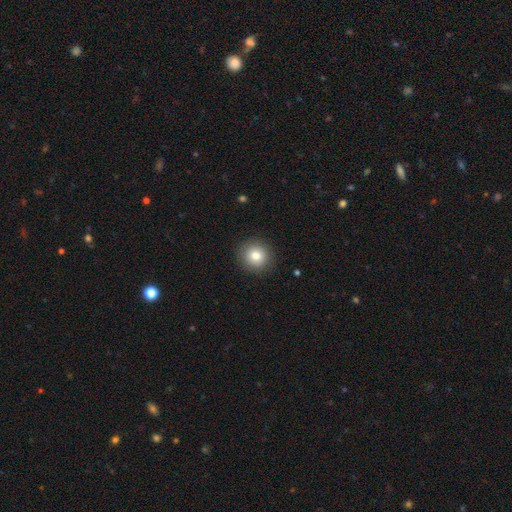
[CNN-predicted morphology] smooth_or_featured: smooth (p=0.82) [alt: star or artifact p=0.10]
how_rounded: round (p=0.92) [alt: in between p=0.07]
merging: none (p=0.91) [alt: minor disturbance p=0.06]